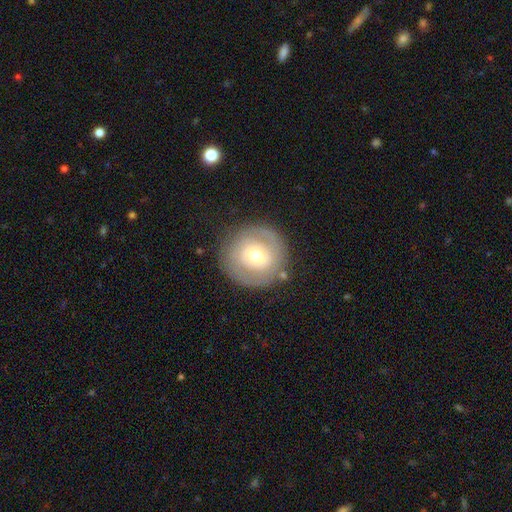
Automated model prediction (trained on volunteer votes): A featured or disk galaxy (54%) with no bar (64%), spiral arms (52%) and a moderate central bulge (59%).

Vote fractions:
- Smooth or featured? featured or disk: 54% / smooth: 39% / star or artifact: 7%
- Edge-on disk? no: 96% / yes: 4%
- Bar? no: 64% / weak: 27% / strong: 9%
- Spiral arms? yes: 52% / no: 48%
- Bulge size? moderate: 59% / small: 33% / large: 6% / dominant: 1% / none: 1%
- Merging? none: 81% / minor disturbance: 12% / major disturbance: 5% / merger: 2%